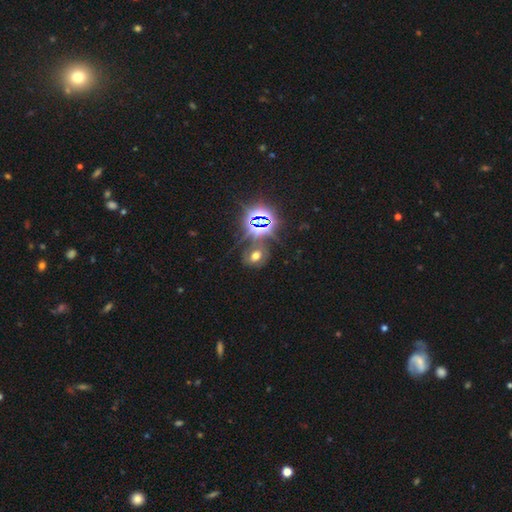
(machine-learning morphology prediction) Smooth or featured?
  - star or artifact: 44% *
  - smooth: 33%
  - featured or disk: 24%